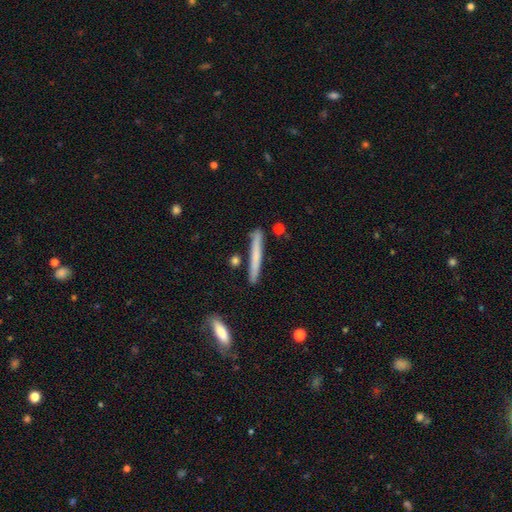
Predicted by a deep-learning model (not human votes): Smooth or featured?
  - smooth: 63% *
  - featured or disk: 31%
  - star or artifact: 6%
How rounded?
  - cigar-shaped: 96% *
  - in between: 3%
  - round: 1%
Merging?
  - none: 86% *
  - minor disturbance: 9%
  - merger: 3%
  - major disturbance: 2%